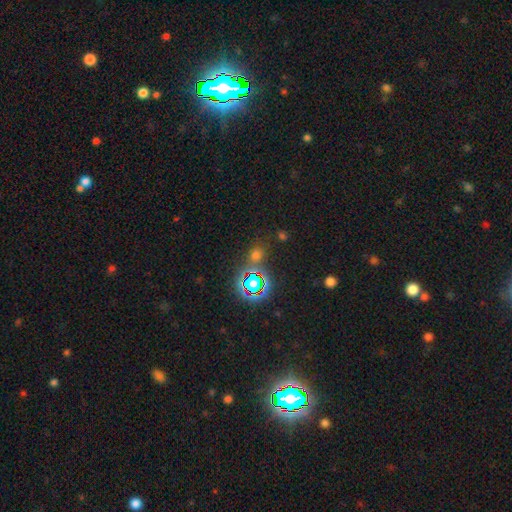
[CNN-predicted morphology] Q: Smooth or featured?
A: smooth (48%); runner-up: star or artifact (45%)
Q: Merging?
A: none (72%); runner-up: merger (11%)